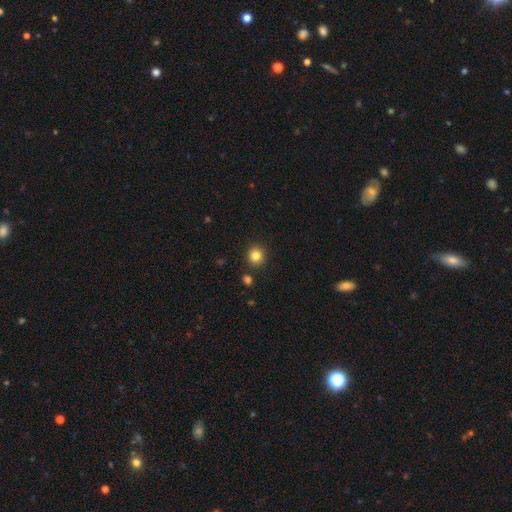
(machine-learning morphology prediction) Overall: smooth (83%). How rounded: round (92%). Merging: none (89%).